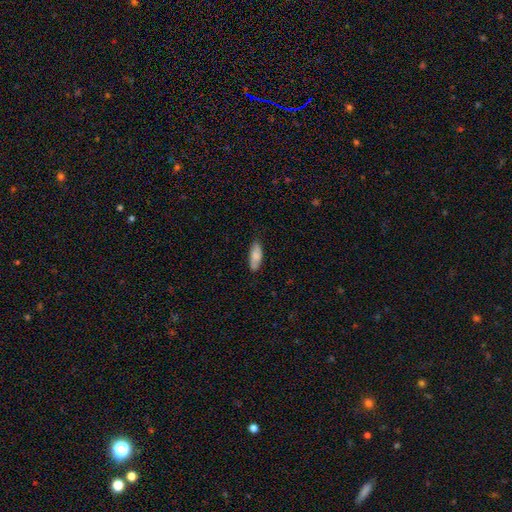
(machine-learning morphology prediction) A smooth galaxy with no disk features (78%) that is in between round and cigar-shaped (72%). Merging: none (79%).